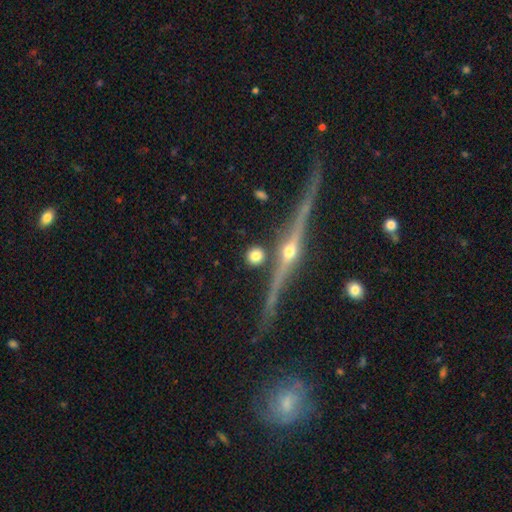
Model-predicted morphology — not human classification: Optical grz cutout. It shows a smooth galaxy with no disk features (61%) that is round (89%). Merging: none (85%).